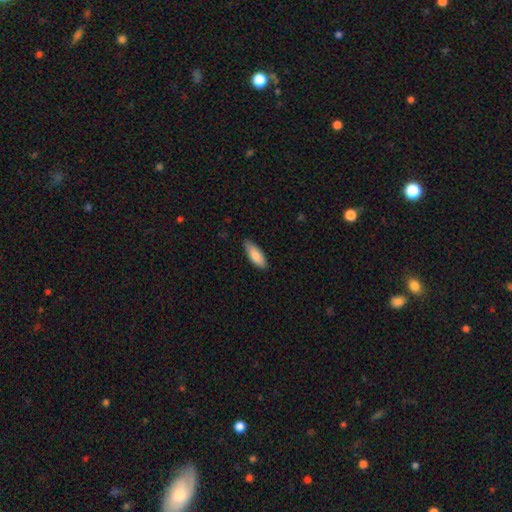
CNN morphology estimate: The model was most divided on "how rounded": in between: 75%, cigar-shaped: 23%, round: 2%. More confident: smooth or featured — smooth (87%); merging — none (81%).